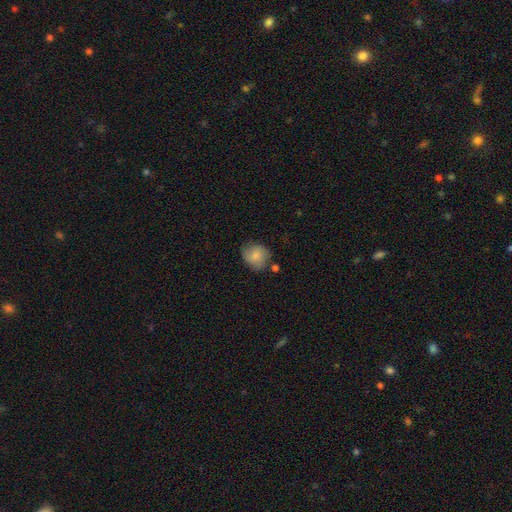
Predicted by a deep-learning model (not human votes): Smooth or featured?
  - smooth: 77% *
  - featured or disk: 15%
  - star or artifact: 7%
How rounded?
  - round: 74% *
  - in between: 25%
  - cigar-shaped: 1%
Merging?
  - none: 64% *
  - minor disturbance: 24%
  - major disturbance: 6%
  - merger: 6%